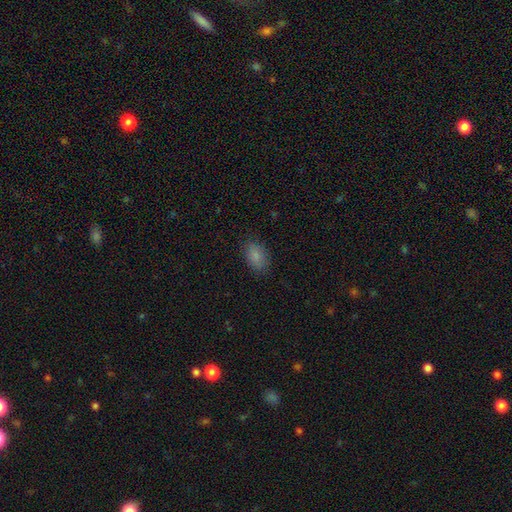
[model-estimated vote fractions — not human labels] Q: Smooth or featured?
A: smooth (86%); runner-up: star or artifact (9%)
Q: How rounded?
A: in between (87%); runner-up: round (11%)
Q: Merging?
A: none (84%); runner-up: minor disturbance (12%)